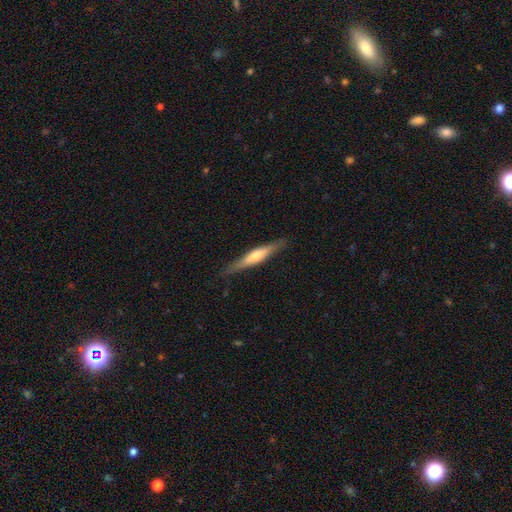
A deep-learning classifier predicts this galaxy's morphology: Overall: featured or disk (56%; smooth 39%). Edge-on disk: yes (95%). Edge-on bulge: rounded (74%). Merging: none (86%).